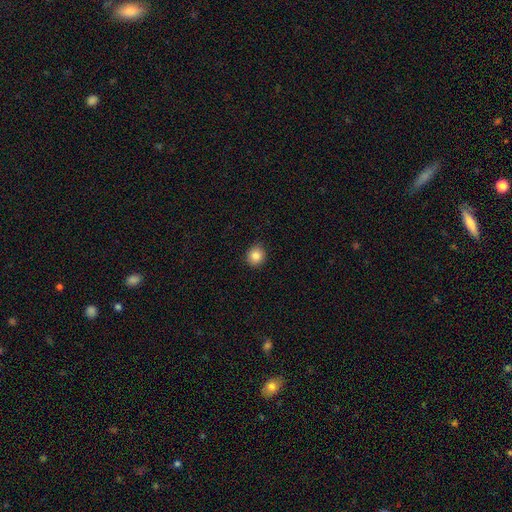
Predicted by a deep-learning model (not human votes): Smooth or featured? Predicted: smooth (p=0.85). How rounded? Predicted: round (p=0.84). Merging? Predicted: none (p=0.88).